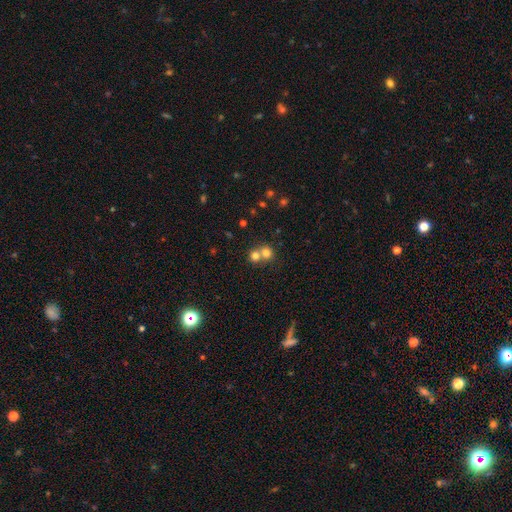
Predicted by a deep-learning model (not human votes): Smooth or featured? smooth (75%)
How rounded? round (85%)
Merging? merger (57%)